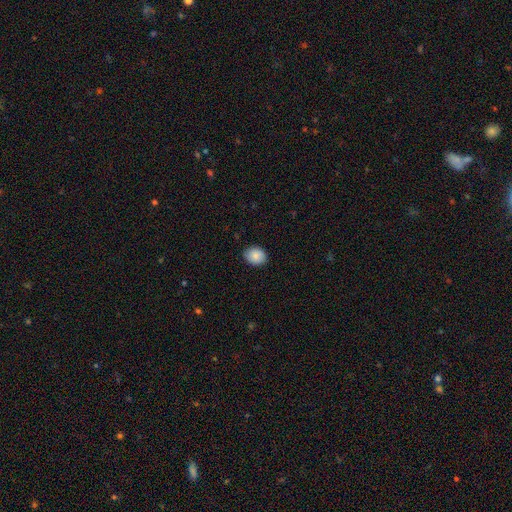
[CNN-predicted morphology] A smooth galaxy with no disk features (87%) that is in between round and cigar-shaped (53%). Merging: none (87%).